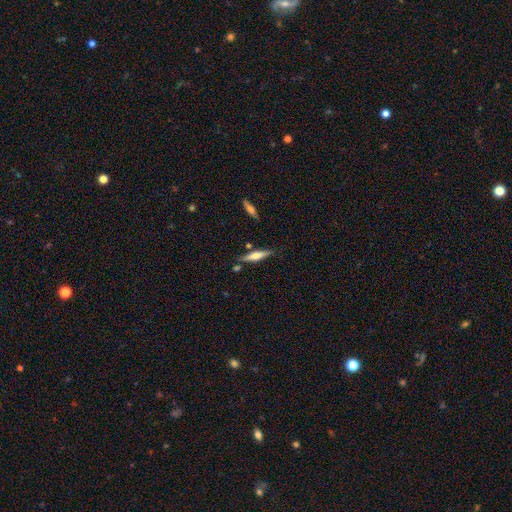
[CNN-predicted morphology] Q: Smooth or featured?
A: featured or disk (48%); runner-up: smooth (46%)
Q: Merging?
A: none (80%); runner-up: minor disturbance (12%)